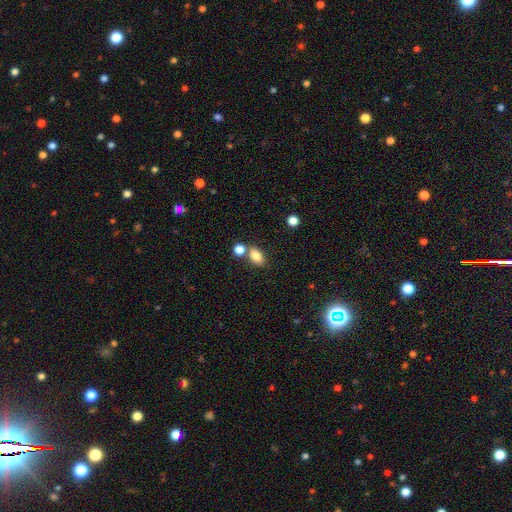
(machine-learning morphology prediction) Smooth or featured? Predicted: smooth (p=0.82). How rounded? Predicted: in between (p=0.83). Merging? Predicted: none (p=0.65).